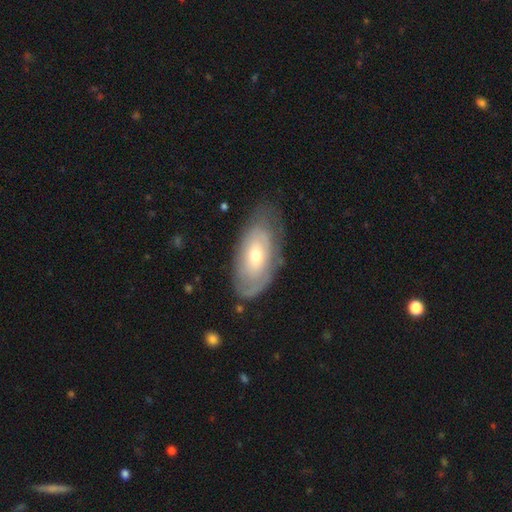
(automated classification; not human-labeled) Morphology: type=featured or disk (56%); edge-on=no (89%); merging=none (68%).